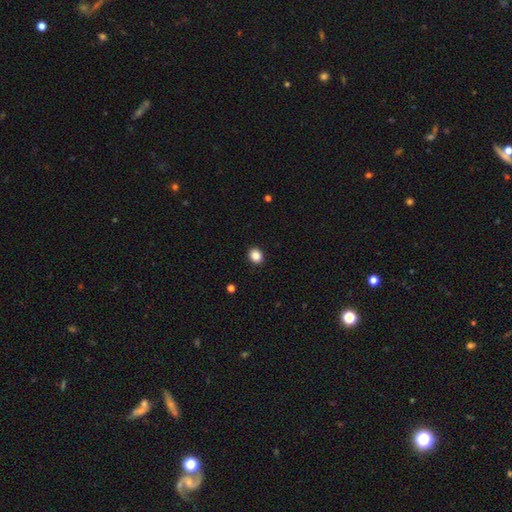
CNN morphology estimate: Smooth or featured: smooth — 87% (star or artifact — 10%)
How rounded: round — 67% (in between — 32%)
Merging: none — 92% (minor disturbance — 5%)